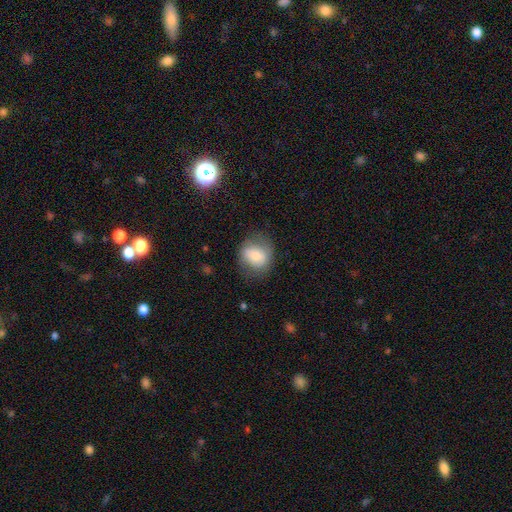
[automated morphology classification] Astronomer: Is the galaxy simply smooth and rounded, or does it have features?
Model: smooth — 70%.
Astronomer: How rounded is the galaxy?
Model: round — 57% (runner-up: in between, 42%).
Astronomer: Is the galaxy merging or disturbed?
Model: none — 67%.